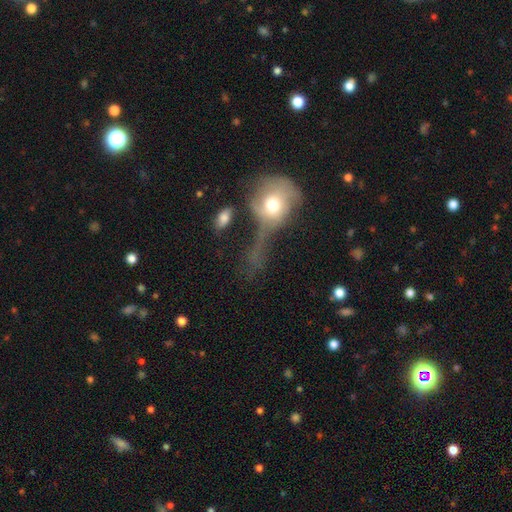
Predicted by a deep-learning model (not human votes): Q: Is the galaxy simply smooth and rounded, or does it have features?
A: smooth — 48%.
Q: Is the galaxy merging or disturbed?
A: major disturbance — 36%.